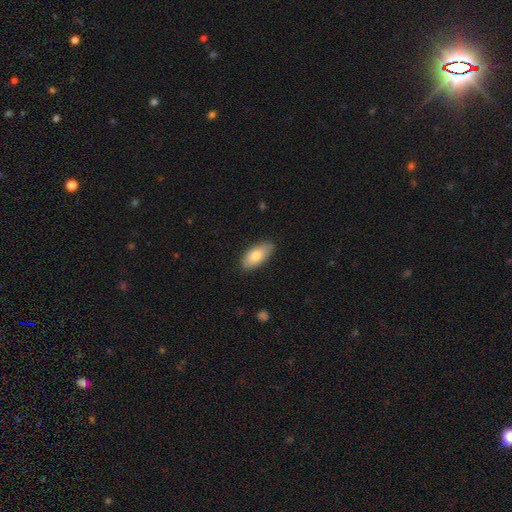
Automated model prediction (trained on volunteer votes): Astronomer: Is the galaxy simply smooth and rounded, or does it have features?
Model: smooth — 78%.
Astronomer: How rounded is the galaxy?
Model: in between — 91%.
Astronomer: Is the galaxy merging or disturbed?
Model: none — 83%.